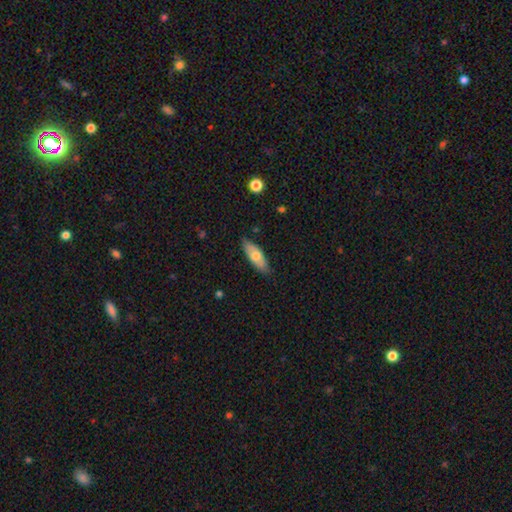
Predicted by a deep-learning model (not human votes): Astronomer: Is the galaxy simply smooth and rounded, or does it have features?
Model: smooth — 69%.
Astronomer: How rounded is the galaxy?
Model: in between — 67%.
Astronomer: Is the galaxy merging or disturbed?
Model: none — 84%.